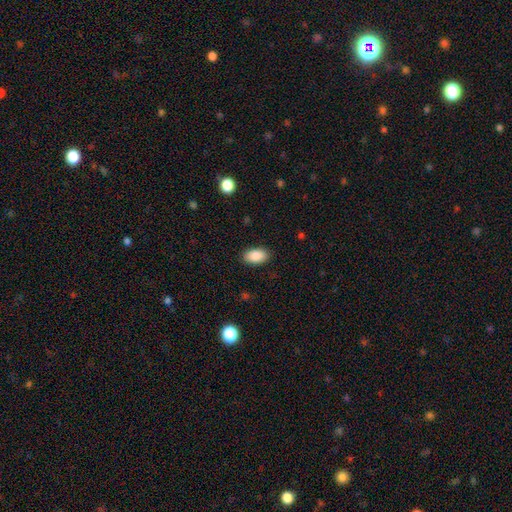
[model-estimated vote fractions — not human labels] Smooth or featured? smooth (89%)
How rounded? in between (94%)
Merging? none (88%)